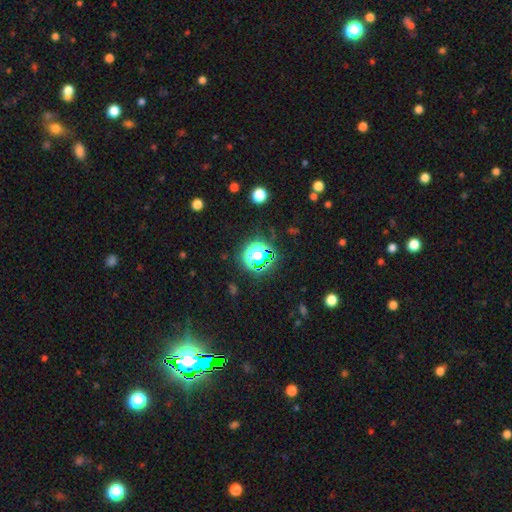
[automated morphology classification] smooth-or-featured: star or artifact: 61% | smooth: 30% | featured or disk: 10%